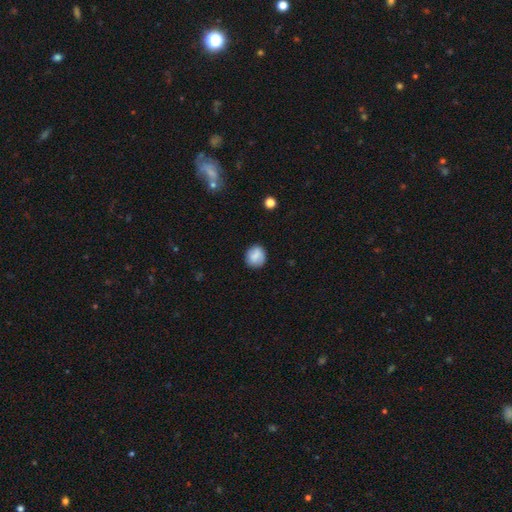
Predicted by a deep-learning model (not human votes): Overall: smooth (82%). How rounded: round (82%). Merging: none (83%).